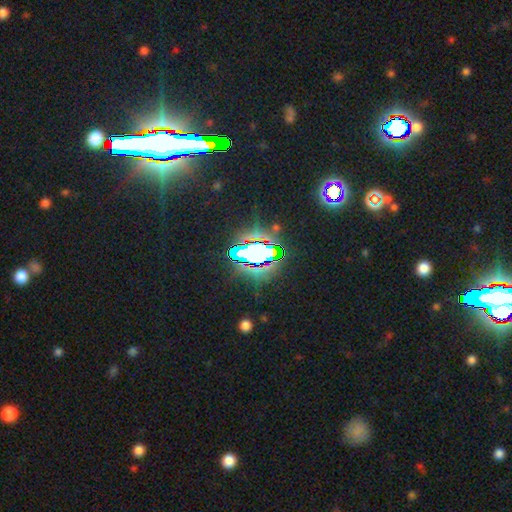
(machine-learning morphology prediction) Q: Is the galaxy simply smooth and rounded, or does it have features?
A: star or artifact — 71%.